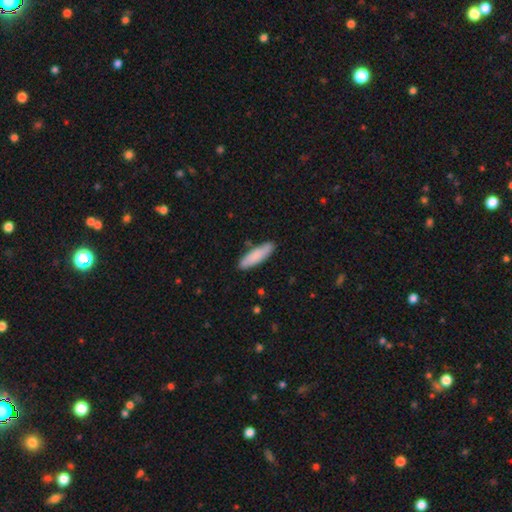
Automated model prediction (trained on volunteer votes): smooth 83%, featured or disk 12%, star or artifact 5%. Down the decision tree: how rounded — cigar-shaped (66%); merging — none (85%).